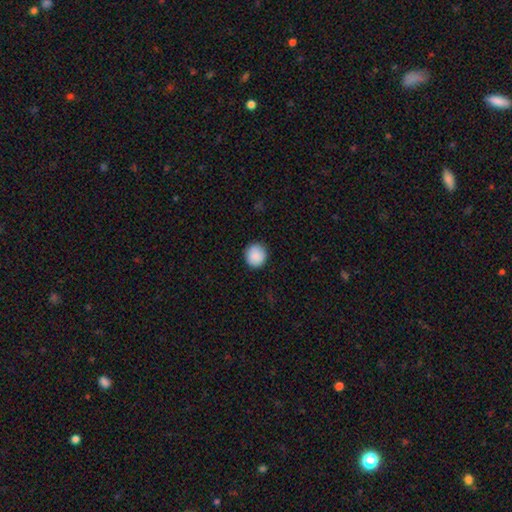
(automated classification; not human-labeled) smooth_or_featured: smooth (p=0.90) [alt: star or artifact p=0.07]
how_rounded: round (p=0.91) [alt: in between p=0.08]
merging: none (p=0.91) [alt: minor disturbance p=0.07]